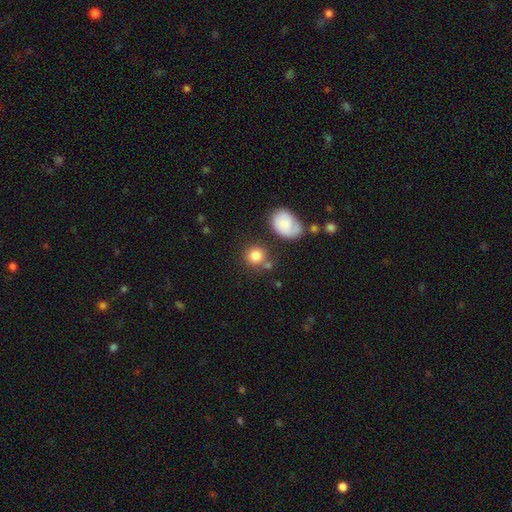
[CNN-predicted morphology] Smooth or featured?
  - smooth: 83% *
  - star or artifact: 9%
  - featured or disk: 8%
How rounded?
  - round: 83% *
  - in between: 16%
  - cigar-shaped: 1%
Merging?
  - none: 69% *
  - merger: 13%
  - minor disturbance: 13%
  - major disturbance: 5%